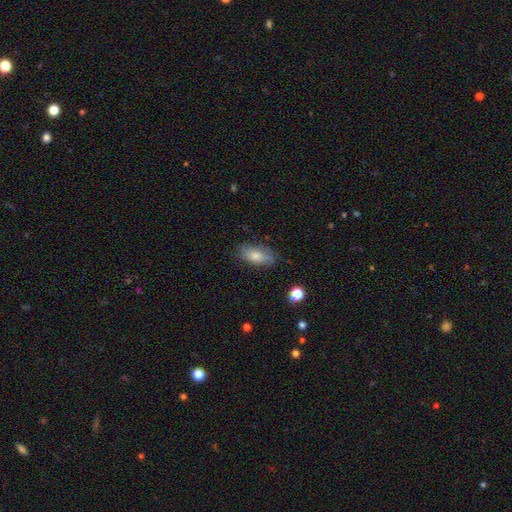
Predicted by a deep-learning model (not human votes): Smooth or featured: smooth — 70% (featured or disk — 21%)
How rounded: in between — 81% (cigar-shaped — 16%)
Merging: none — 77% (minor disturbance — 18%)